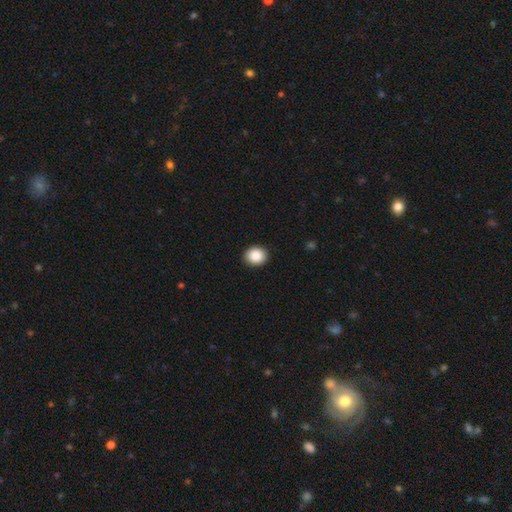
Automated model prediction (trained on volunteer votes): A smooth galaxy with no disk features (89%) that is round (69%). Merging: none (91%).